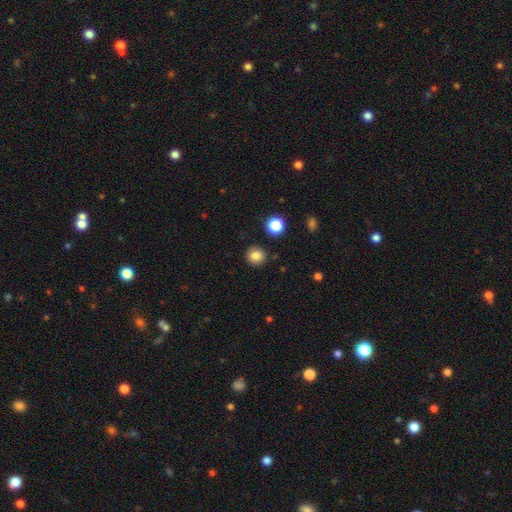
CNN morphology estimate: smooth 83%, star or artifact 11%, featured or disk 5%. Down the decision tree: how rounded — round (93%); merging — none (91%).